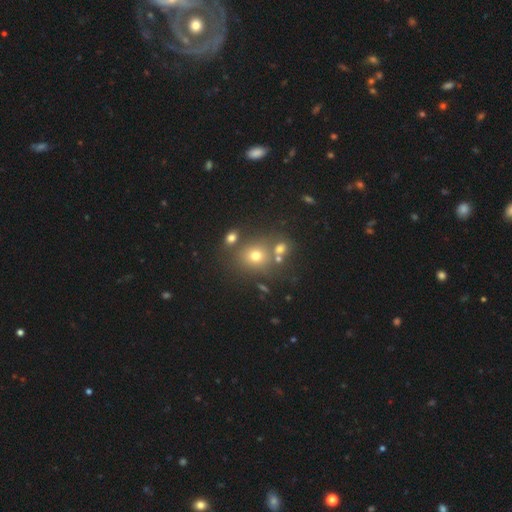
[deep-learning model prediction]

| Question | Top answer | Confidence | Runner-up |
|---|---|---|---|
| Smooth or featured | smooth | 68% | star or artifact (19%) |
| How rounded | round | 77% | in between (22%) |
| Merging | none | 64% | merger (20%) |